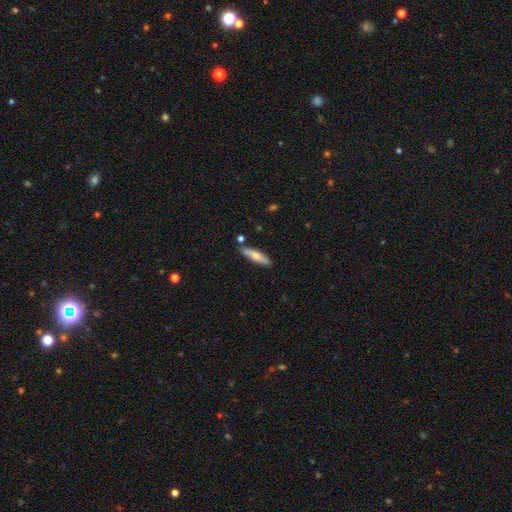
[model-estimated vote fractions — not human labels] A smooth galaxy with no disk features (68%) that is cigar-shaped (69%).

Vote fractions:
- Smooth or featured? smooth: 68% / featured or disk: 26% / star or artifact: 6%
- How rounded? cigar-shaped: 69% / in between: 30% / round: 2%
- Merging? none: 82% / minor disturbance: 11% / merger: 5% / major disturbance: 2%